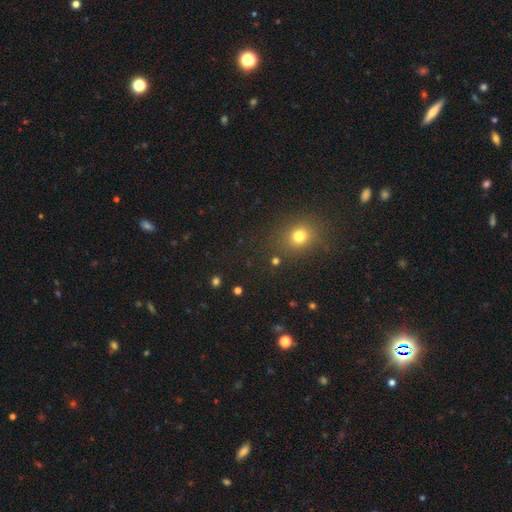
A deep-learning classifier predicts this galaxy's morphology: This is possibly a smooth galaxy (56%). How rounded: likely round (76%). Merging: clearly none (84%).